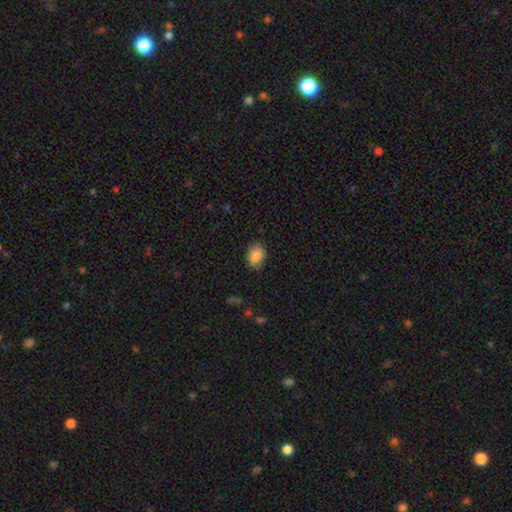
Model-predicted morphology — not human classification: The model was most divided on "how rounded": in between: 59%, round: 40%, cigar-shaped: 1%. More confident: smooth or featured — smooth (85%); merging — none (80%).